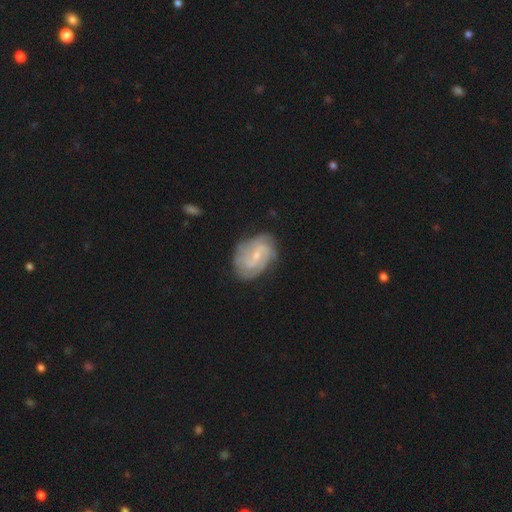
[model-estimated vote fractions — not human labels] A featured or disk galaxy (77%) with a weak bar (54%), tight (49%) spiral arms (92%) and a small central bulge (65%). Merging: none (71%).